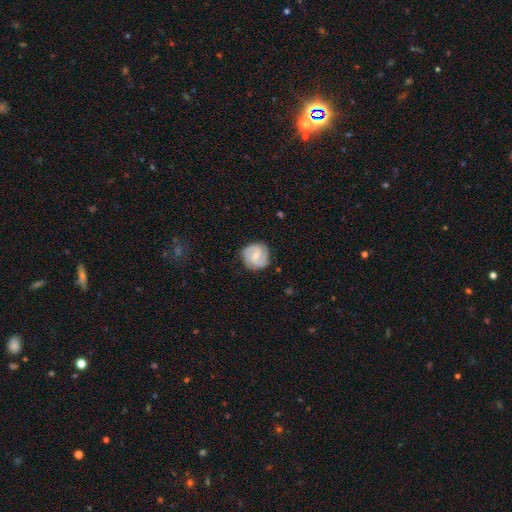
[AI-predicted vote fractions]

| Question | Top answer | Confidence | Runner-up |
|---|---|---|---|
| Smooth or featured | featured or disk | 70% | smooth (24%) |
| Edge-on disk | no | 98% | yes (2%) |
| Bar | no | 48% | weak (43%) |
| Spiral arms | yes | 94% | no (6%) |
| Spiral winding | tight | 53% | medium (38%) |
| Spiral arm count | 2 | 58% | 3 (22%) |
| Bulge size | moderate | 51% | small (43%) |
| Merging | none | 78% | minor disturbance (17%) |